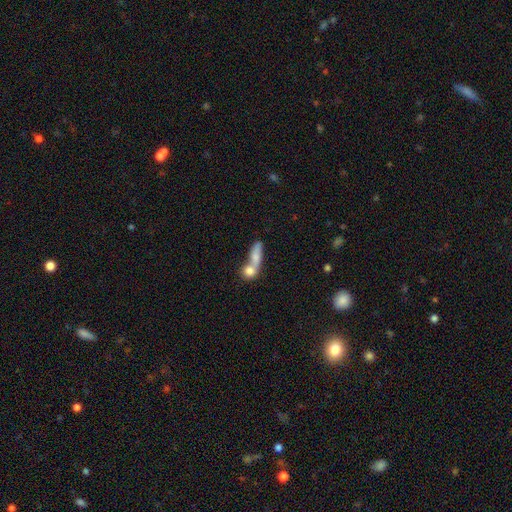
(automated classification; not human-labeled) A smooth galaxy with no disk features (72%) that is in between round and cigar-shaped (47%). Merging: merger (61%).